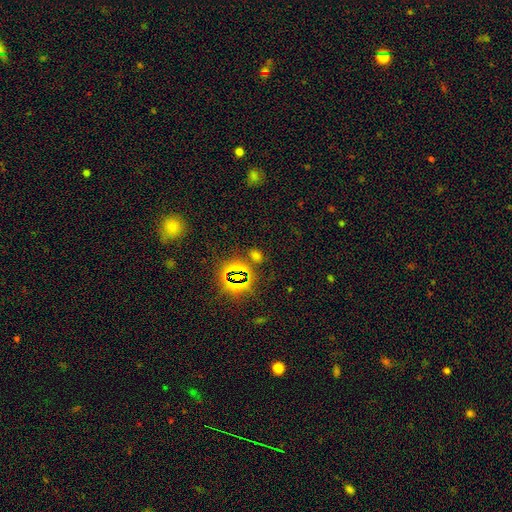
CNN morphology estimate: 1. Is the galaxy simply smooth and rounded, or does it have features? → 48% star or artifact, 45% smooth, 7% featured or disk.